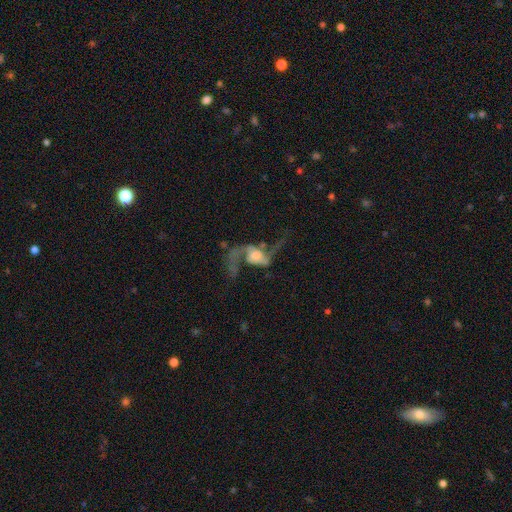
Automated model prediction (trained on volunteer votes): The model was most divided on "bulge size": large: 37%, moderate: 20%, none: 17%, small: 13%, dominant: 12%. Remaining: edge-on disk — no (95%); spiral arms — yes (93%); spiral arm count — 2 (91%); spiral winding — loose (87%); smooth or featured — featured or disk (83%); bar — no (56%); merging — none (50%).